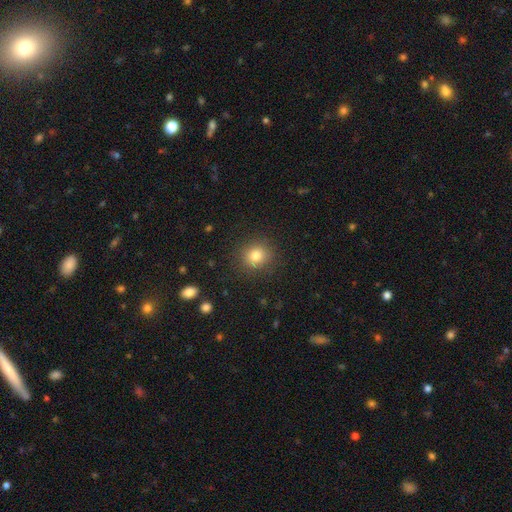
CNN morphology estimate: Overall: smooth (80%). How rounded: round (82%). Merging: none (87%).